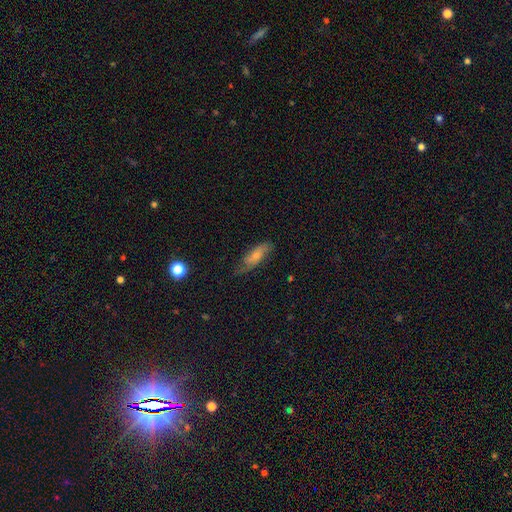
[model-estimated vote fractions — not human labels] Smooth or featured?
  - smooth: 59% *
  - featured or disk: 34%
  - star or artifact: 7%
How rounded?
  - in between: 58% *
  - cigar-shaped: 39%
  - round: 2%
Merging?
  - none: 60% *
  - minor disturbance: 29%
  - major disturbance: 9%
  - merger: 2%